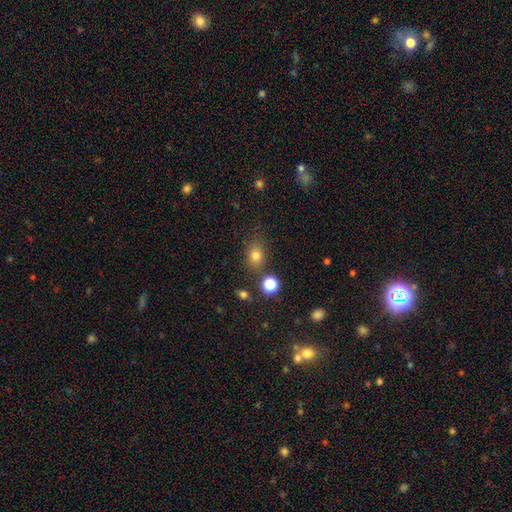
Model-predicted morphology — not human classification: Q: Smooth or featured?
A: smooth (78%); runner-up: star or artifact (14%)
Q: How rounded?
A: in between (55%); runner-up: round (43%)
Q: Merging?
A: none (78%); runner-up: minor disturbance (13%)